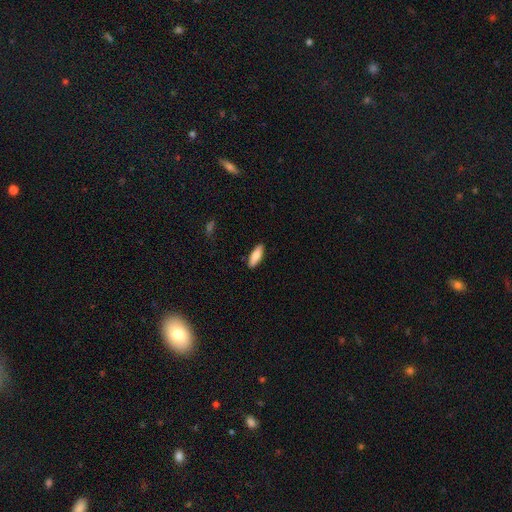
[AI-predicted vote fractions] A smooth galaxy with no disk features (82%) that is in between round and cigar-shaped (59%).

Vote fractions:
- Smooth or featured? smooth: 82% / featured or disk: 12% / star or artifact: 6%
- How rounded? in between: 59% / cigar-shaped: 40% / round: 2%
- Merging? none: 88% / minor disturbance: 9% / major disturbance: 2% / merger: 1%